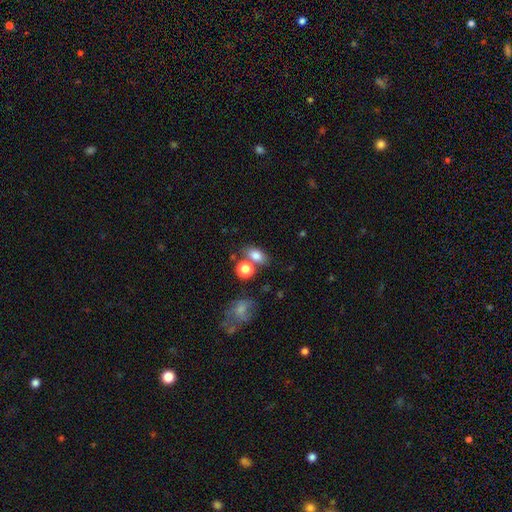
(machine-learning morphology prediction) This is clearly a smooth galaxy (80%). How rounded: likely in between (77%). Merging: possibly none (60%).